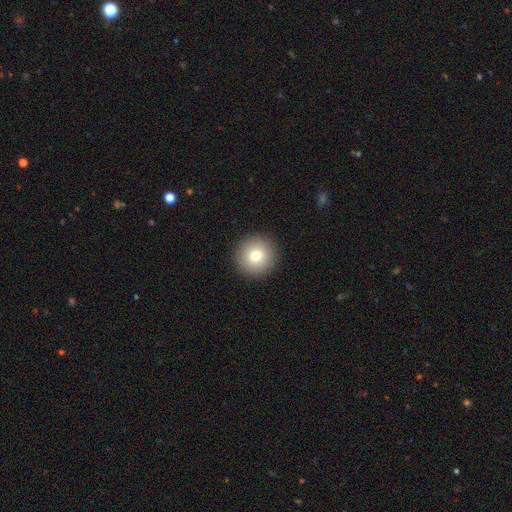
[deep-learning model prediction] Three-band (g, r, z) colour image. It shows a smooth galaxy with no disk features (76%) that is round (95%). Merging: none (92%).